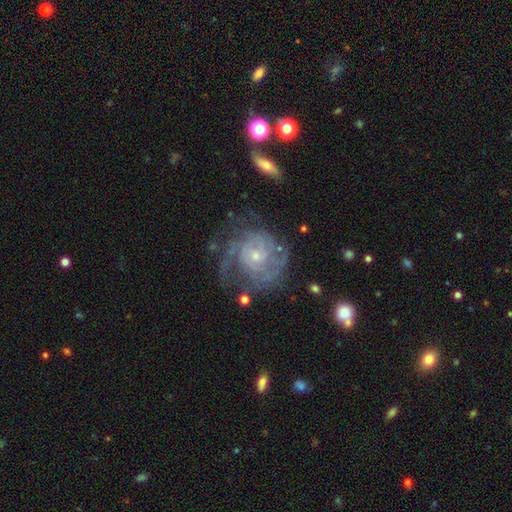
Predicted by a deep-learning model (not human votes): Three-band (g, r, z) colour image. It shows a featured or disk galaxy (84%) with no bar (76%), tight (63%) spiral arms (92%) and a small central bulge (74%). Merging: none (56%).